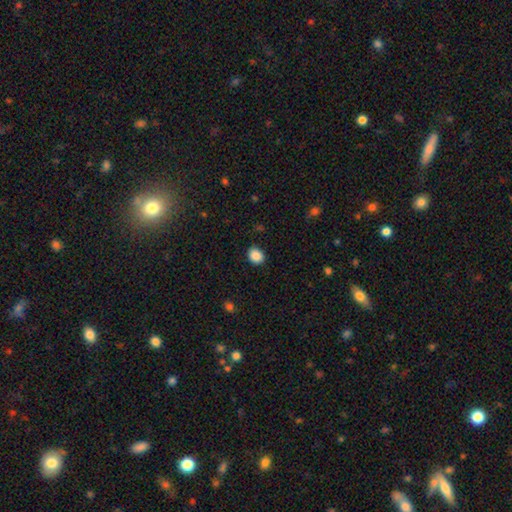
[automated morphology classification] Smooth or featured: smooth — 88% (star or artifact — 9%)
How rounded: round — 56% (in between — 43%)
Merging: none — 87% (minor disturbance — 10%)